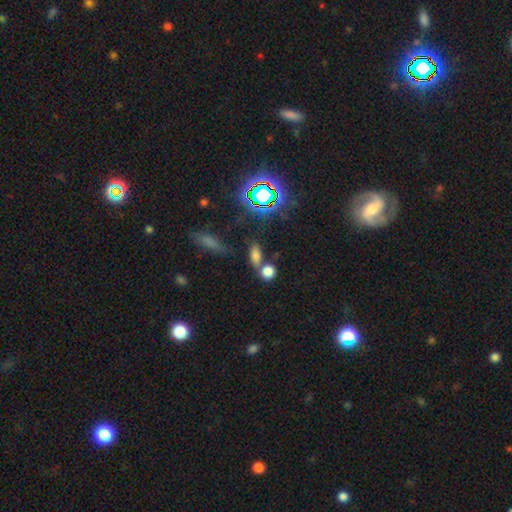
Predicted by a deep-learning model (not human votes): Q: Smooth or featured?
A: smooth (71%); runner-up: star or artifact (20%)
Q: How rounded?
A: in between (63%); runner-up: round (28%)
Q: Merging?
A: none (51%); runner-up: merger (34%)